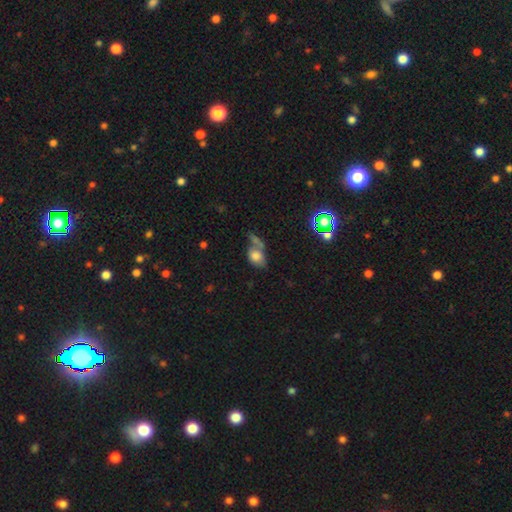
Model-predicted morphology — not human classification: A smooth galaxy with no disk features (70%) that is in between round and cigar-shaped (73%).

Vote fractions:
- Smooth or featured? smooth: 70% / featured or disk: 16% / star or artifact: 13%
- How rounded? in between: 73% / round: 24% / cigar-shaped: 3%
- Merging? merger: 38% / none: 28% / major disturbance: 17% / minor disturbance: 17%